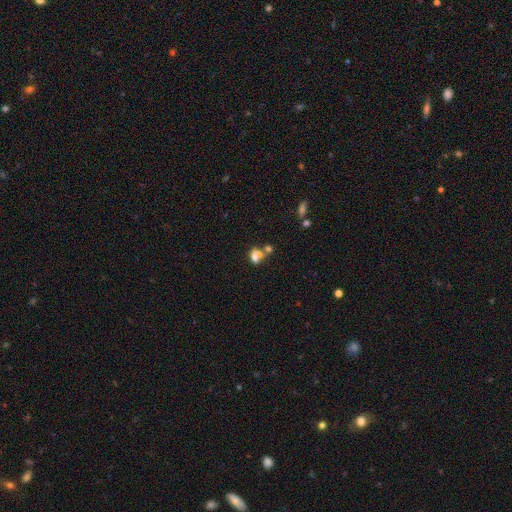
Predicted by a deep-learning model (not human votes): The model was most divided on "merging": merger: 53%, none: 25%, major disturbance: 11%, minor disturbance: 11%. More confident: how rounded — in between (68%); smooth or featured — smooth (65%).